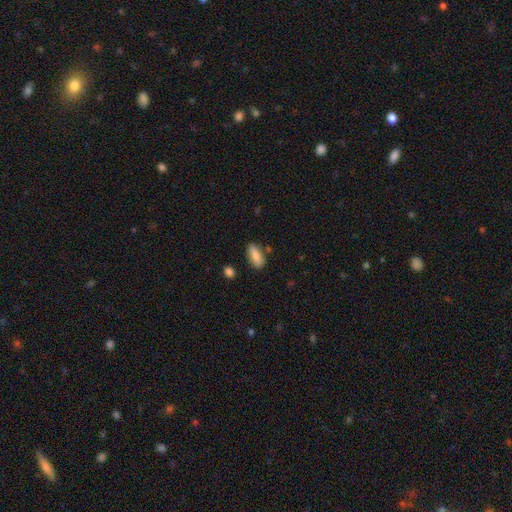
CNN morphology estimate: Q: Smooth or featured?
A: smooth (85%); runner-up: featured or disk (8%)
Q: How rounded?
A: in between (78%); runner-up: cigar-shaped (20%)
Q: Merging?
A: none (79%); runner-up: minor disturbance (14%)